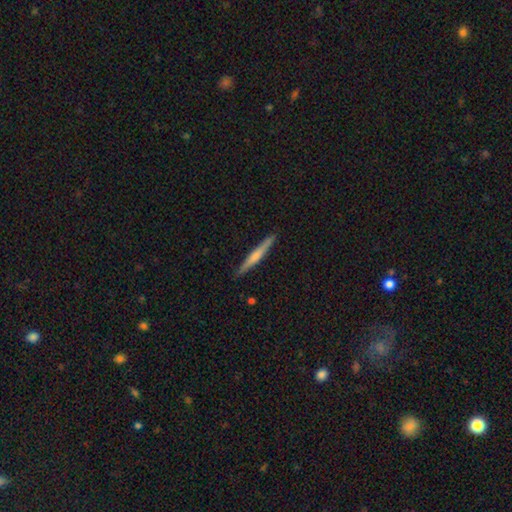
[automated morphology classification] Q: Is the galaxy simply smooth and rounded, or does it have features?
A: smooth — 51%.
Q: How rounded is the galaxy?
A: cigar-shaped — 96%.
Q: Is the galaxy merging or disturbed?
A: none — 90%.